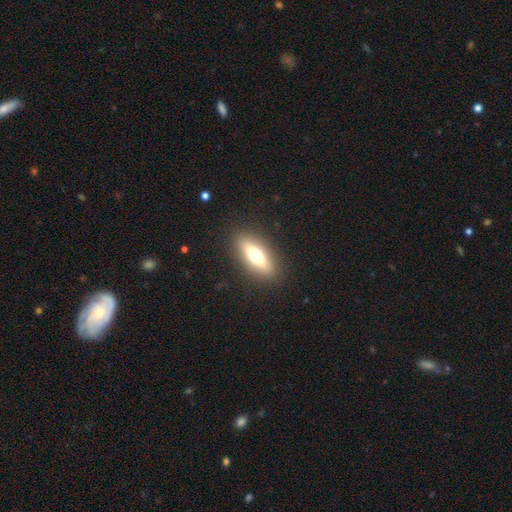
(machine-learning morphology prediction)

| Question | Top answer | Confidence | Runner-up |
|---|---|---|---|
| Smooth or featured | smooth | 54% | featured or disk (38%) |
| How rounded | in between | 57% | cigar-shaped (40%) |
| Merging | none | 88% | minor disturbance (8%) |